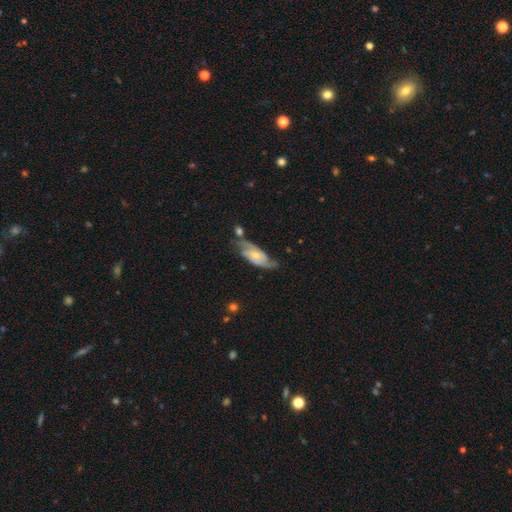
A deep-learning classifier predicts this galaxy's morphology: type=featured or disk (74%); edge-on=no (91%); bar=no (65%); spiral arms=yes (93%); winding=medium (44%); arm count=2 (80%); bulge=small (59%); merging=none (58%).